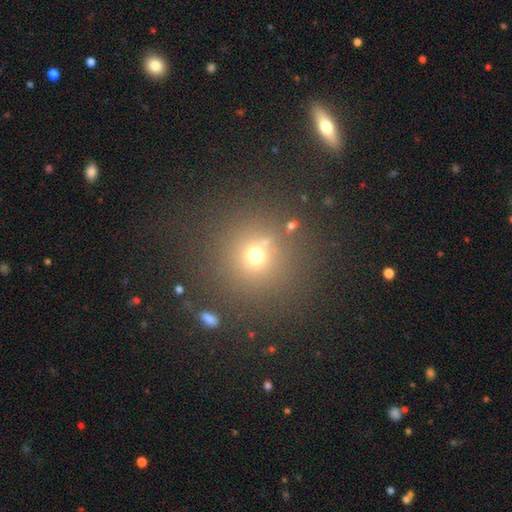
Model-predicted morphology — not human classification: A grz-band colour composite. It shows a smooth galaxy with no disk features (65%) that is round (91%). Merging: none (78%).